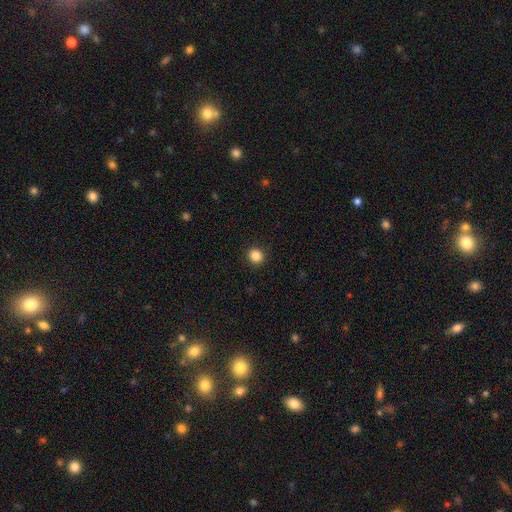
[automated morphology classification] Smooth or featured? smooth (86%)
How rounded? round (90%)
Merging? none (92%)